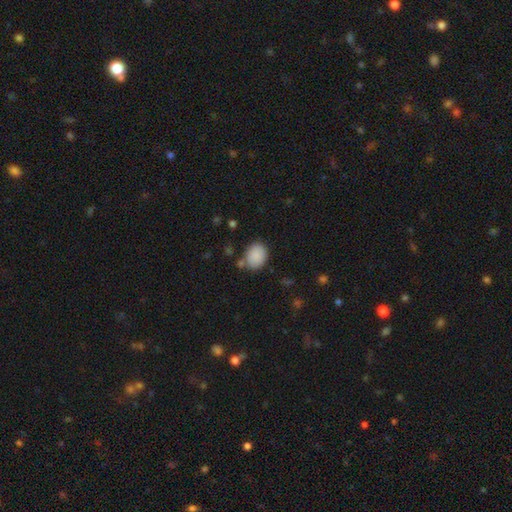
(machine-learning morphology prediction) type=smooth (88%); roundness=in between (57%); merging=none (73%).